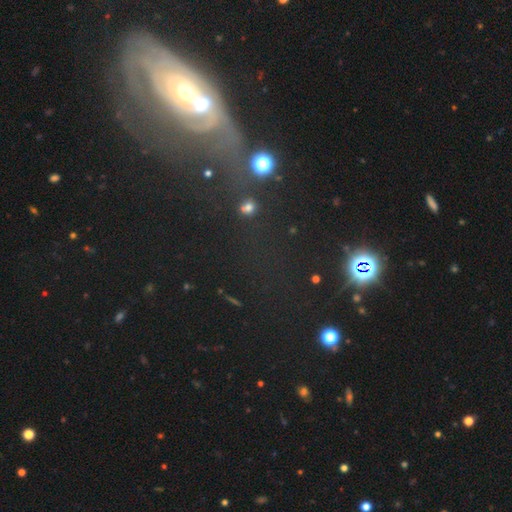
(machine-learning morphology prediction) This appears to be a featured or disk galaxy (40%). Merging: none (47%).